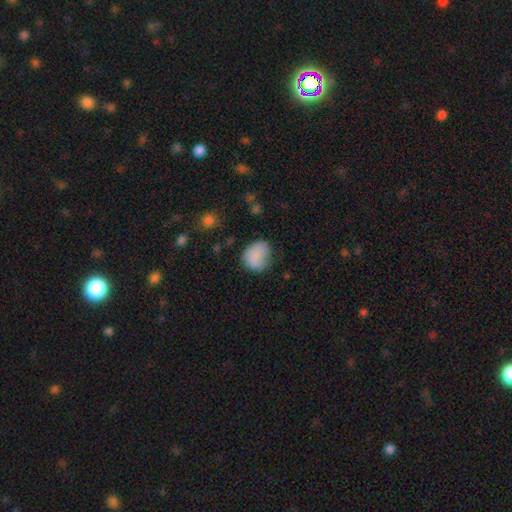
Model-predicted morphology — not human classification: This is clearly a smooth galaxy (83%). How rounded: likely round (62%). Merging: likely none (65%).